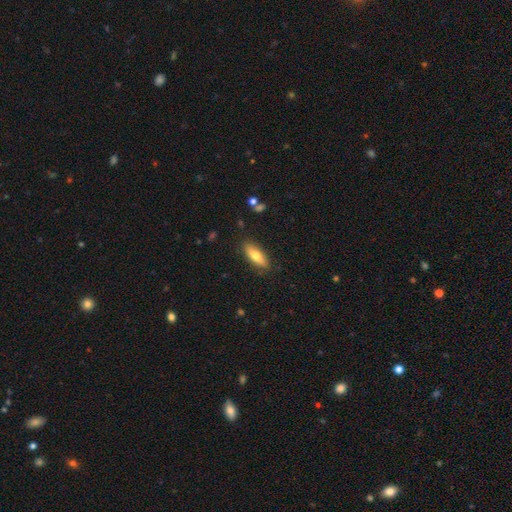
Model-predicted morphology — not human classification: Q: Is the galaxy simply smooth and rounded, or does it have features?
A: smooth — 73%.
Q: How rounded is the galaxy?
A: in between — 66%.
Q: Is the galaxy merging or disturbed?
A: none — 87%.